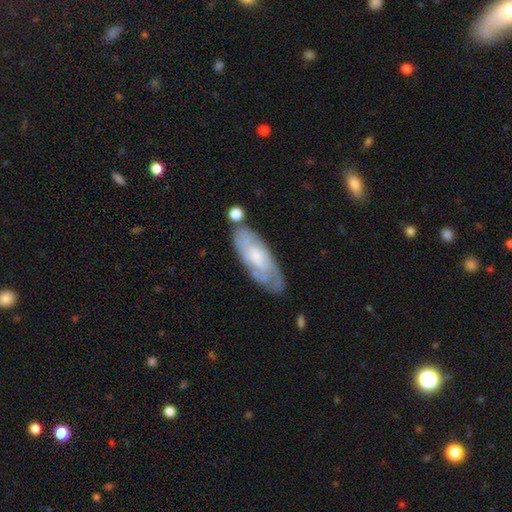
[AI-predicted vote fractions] A featured or disk galaxy (59%).

Vote fractions:
- Smooth or featured? featured or disk: 59% / smooth: 34% / star or artifact: 7%
- Edge-on disk? no: 84% / yes: 16%
- Merging? none: 68% / minor disturbance: 20% / major disturbance: 6% / merger: 5%